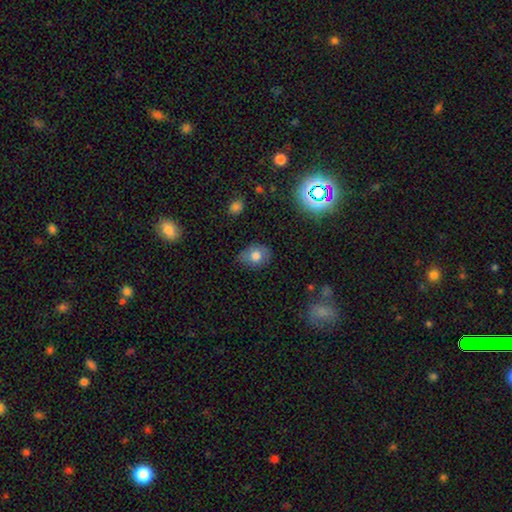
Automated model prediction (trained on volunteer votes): Overall: smooth (75%). How rounded: in between (53%; round 46%). Merging: none (69%).